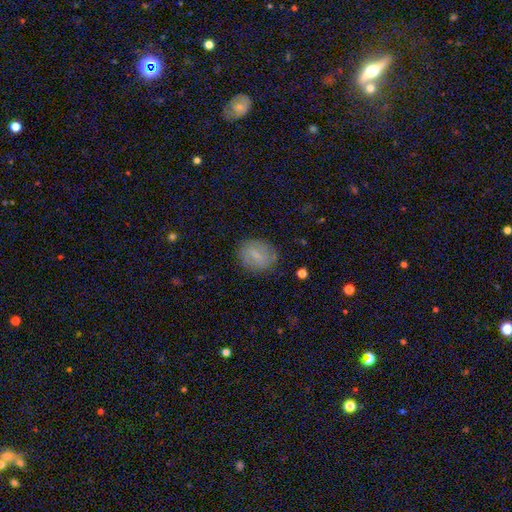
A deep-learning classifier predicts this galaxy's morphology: This is likely a smooth galaxy (65%). How rounded: possibly in between (59%). Merging: likely none (80%).